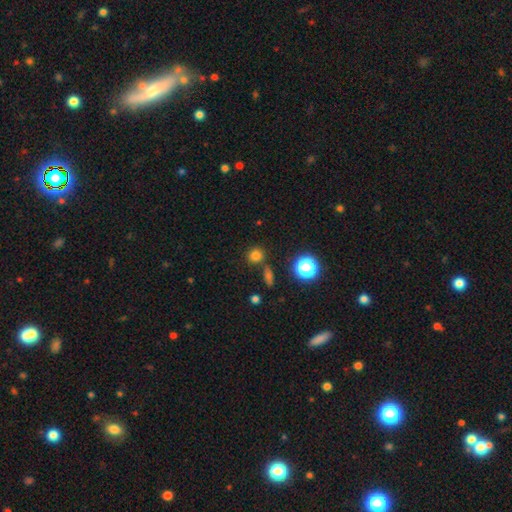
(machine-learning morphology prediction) Smooth or featured?
  - smooth: 76% *
  - star or artifact: 18%
  - featured or disk: 6%
How rounded?
  - round: 88% *
  - in between: 11%
  - cigar-shaped: 1%
Merging?
  - none: 74% *
  - merger: 12%
  - minor disturbance: 10%
  - major disturbance: 4%